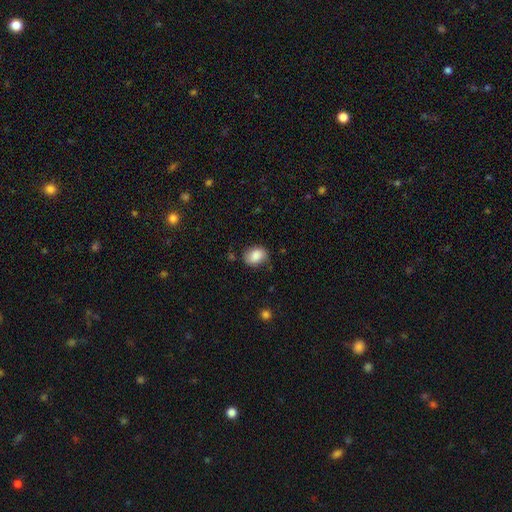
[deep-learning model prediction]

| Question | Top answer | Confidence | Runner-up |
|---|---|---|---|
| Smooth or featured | smooth | 86% | star or artifact (8%) |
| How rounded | in between | 70% | round (28%) |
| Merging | none | 72% | minor disturbance (21%) |